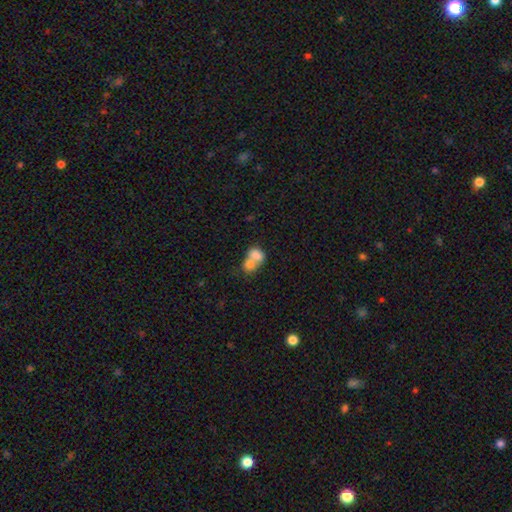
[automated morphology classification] This is likely a smooth galaxy (76%). How rounded: likely in between (60%). Merging: likely merger (75%).